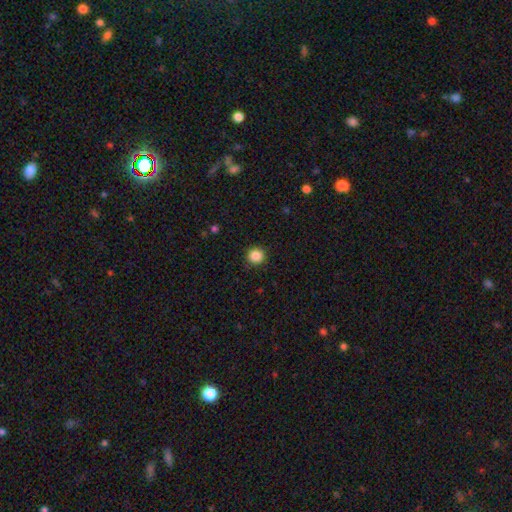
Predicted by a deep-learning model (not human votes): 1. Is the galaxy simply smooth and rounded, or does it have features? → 87% smooth, 10% star or artifact, 3% featured or disk.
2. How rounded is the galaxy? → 94% round, 5% in between, 1% cigar-shaped.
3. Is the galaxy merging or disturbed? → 92% none, 5% minor disturbance, 2% major disturbance, 1% merger.